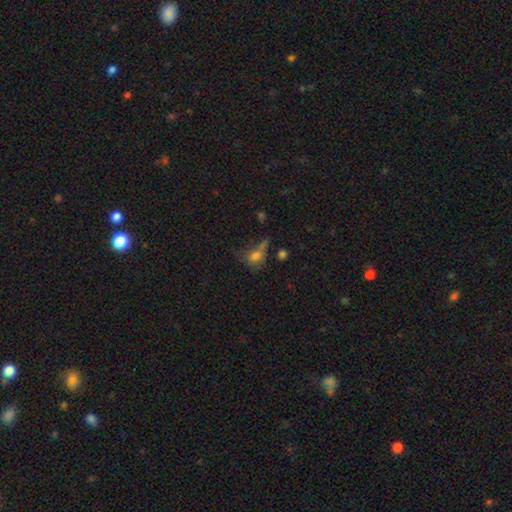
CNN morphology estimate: smooth_or_featured: smooth (p=0.61) [alt: featured or disk p=0.22]
how_rounded: in between (p=0.56) [alt: round p=0.38]
merging: none (p=0.33) [alt: major disturbance p=0.30]